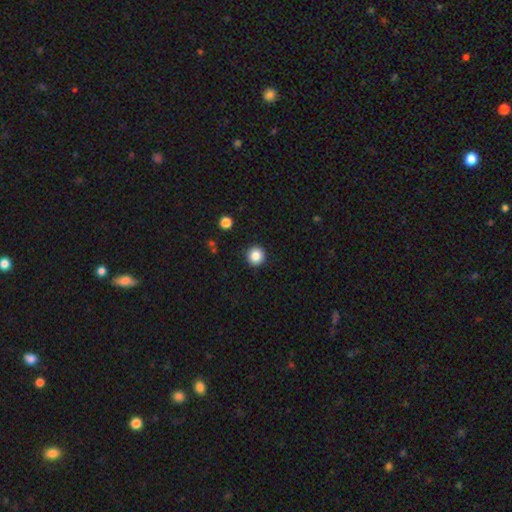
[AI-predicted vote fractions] Overall: smooth (84%). How rounded: round (95%). Merging: none (93%).